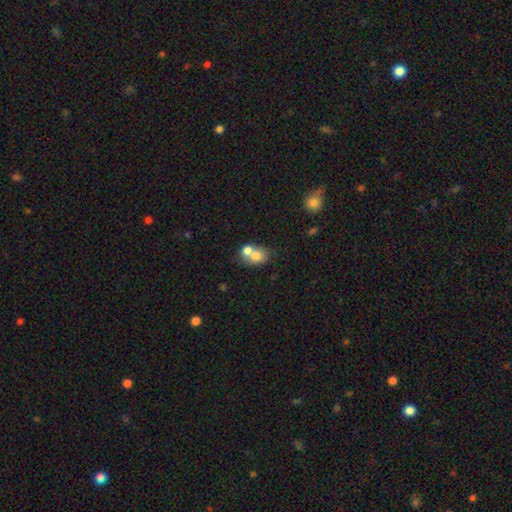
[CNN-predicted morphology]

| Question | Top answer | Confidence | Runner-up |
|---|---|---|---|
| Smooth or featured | smooth | 70% | featured or disk (20%) |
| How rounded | in between | 50% | round (48%) |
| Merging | merger | 62% | none (27%) |